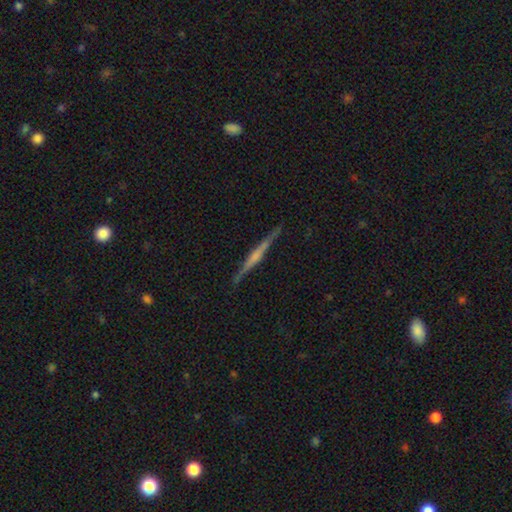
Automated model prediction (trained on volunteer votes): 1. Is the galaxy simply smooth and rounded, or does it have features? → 72% featured or disk, 22% smooth, 6% star or artifact.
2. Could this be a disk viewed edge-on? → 98% yes, 2% no.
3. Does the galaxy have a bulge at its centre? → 43% rounded, 33% none, 25% boxy.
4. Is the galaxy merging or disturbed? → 89% none, 8% minor disturbance, 2% major disturbance, 1% merger.